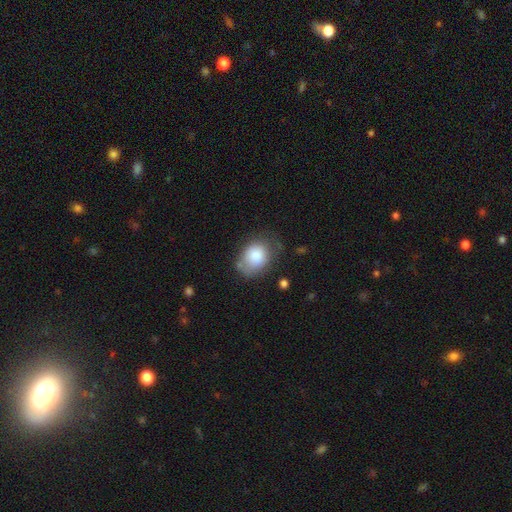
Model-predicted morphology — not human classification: smooth-or-featured: smooth: 82% | featured or disk: 11% | star or artifact: 7%
  how-rounded: in between: 62% | round: 37% | cigar-shaped: 1%
  merging: none: 56% | minor disturbance: 28% | major disturbance: 11% | merger: 5%